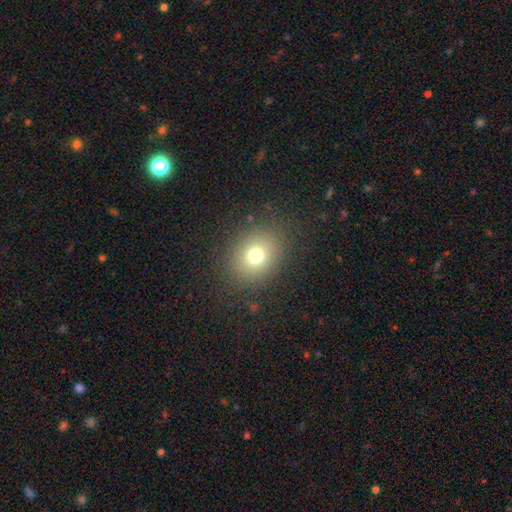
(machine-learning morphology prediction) Smooth or featured: smooth — 73% (star or artifact — 16%)
How rounded: round — 58% (in between — 41%)
Merging: none — 84% (minor disturbance — 9%)